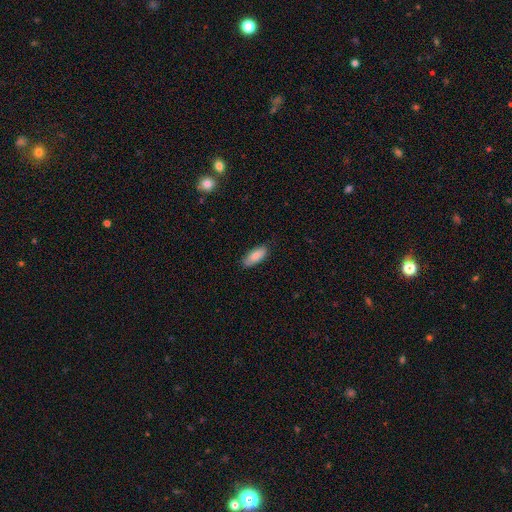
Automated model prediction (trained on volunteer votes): smooth-or-featured: smooth: 83% | featured or disk: 12% | star or artifact: 6%
  how-rounded: in between: 82% | cigar-shaped: 17% | round: 2%
  merging: none: 82% | minor disturbance: 14% | major disturbance: 2% | merger: 1%